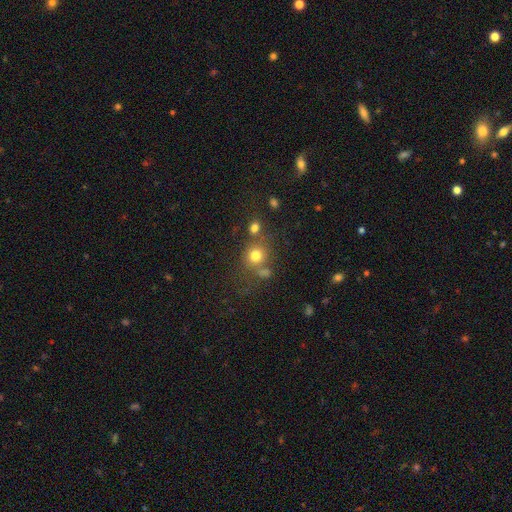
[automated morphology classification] This is likely a smooth galaxy (75%). How rounded: clearly round (84%). Merging: likely none (61%).